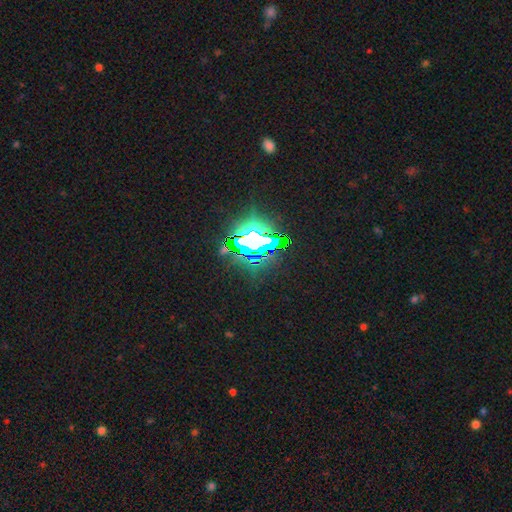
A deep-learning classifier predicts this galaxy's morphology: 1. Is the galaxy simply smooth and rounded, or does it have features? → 77% star or artifact, 12% smooth, 10% featured or disk.